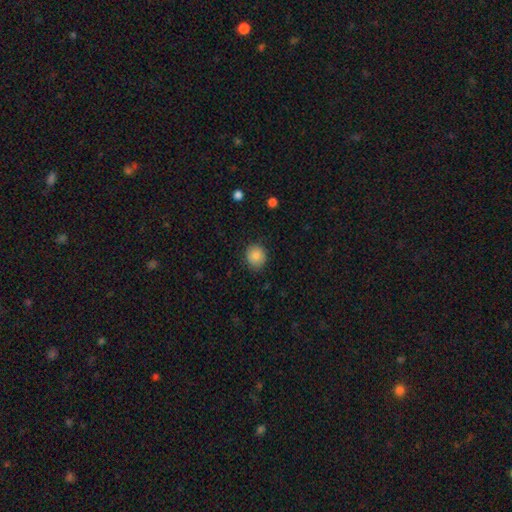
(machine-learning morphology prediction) smooth-or-featured: smooth: 87% | star or artifact: 8% | featured or disk: 5%
  how-rounded: round: 81% | in between: 18% | cigar-shaped: 1%
  merging: none: 84% | minor disturbance: 12% | major disturbance: 3% | merger: 1%